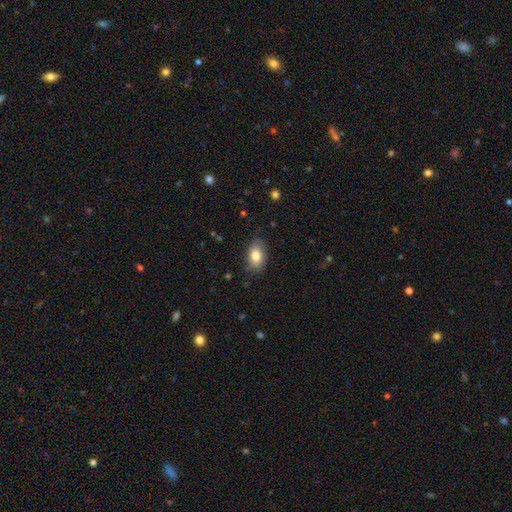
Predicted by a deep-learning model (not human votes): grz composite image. It shows a smooth galaxy with no disk features (81%) that is in between round and cigar-shaped (90%). Merging: none (83%).